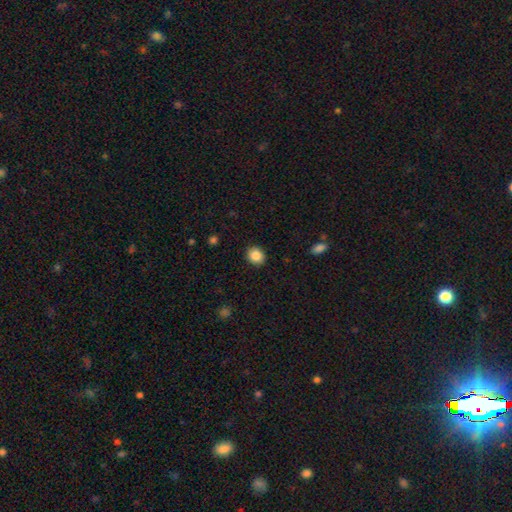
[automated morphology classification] The model was most divided on "how rounded": round: 77%, in between: 22%, cigar-shaped: 1%. More confident: merging — none (91%); smooth or featured — smooth (86%).